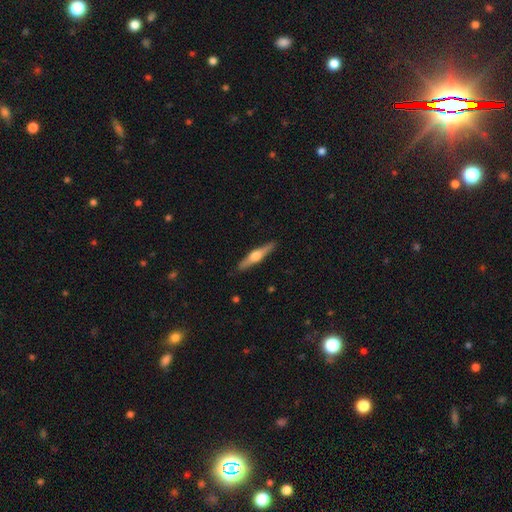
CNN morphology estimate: Smooth or featured? featured or disk (67%)
Edge-on disk? yes (97%)
Edge-on bulge? rounded (94%)
Merging? none (91%)